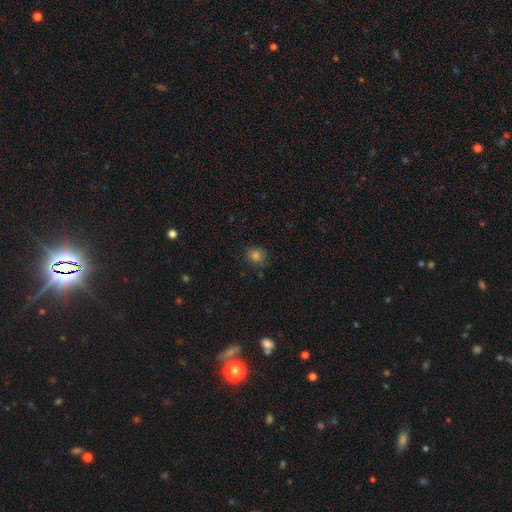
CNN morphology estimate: This is likely a smooth galaxy (79%). How rounded: likely round (74%). Merging: likely none (75%).